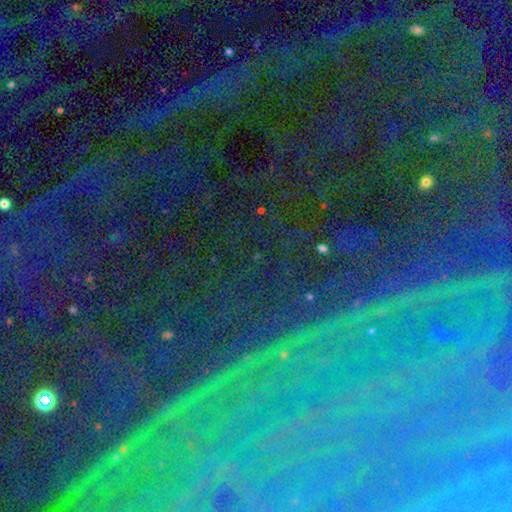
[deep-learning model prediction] Q: Smooth or featured?
A: star or artifact (80%); runner-up: featured or disk (10%)